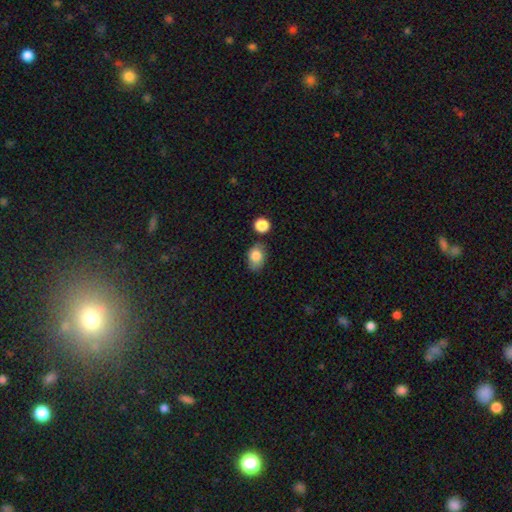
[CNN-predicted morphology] A smooth galaxy with no disk features (82%) that is in between round and cigar-shaped (78%).

Vote fractions:
- Smooth or featured? smooth: 82% / featured or disk: 10% / star or artifact: 8%
- How rounded? in between: 78% / round: 21% / cigar-shaped: 1%
- Merging? none: 67% / minor disturbance: 21% / merger: 7% / major disturbance: 5%